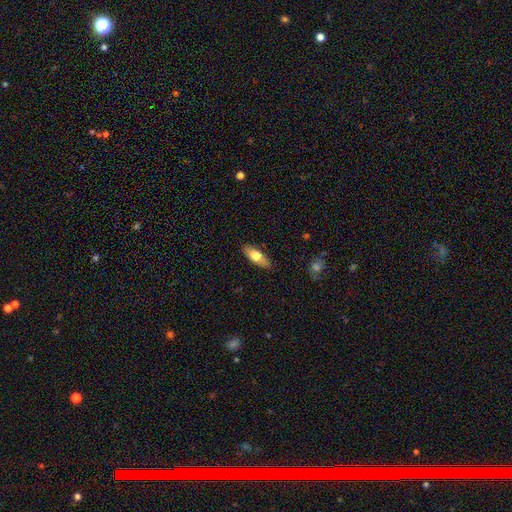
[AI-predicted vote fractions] Morphology: type=smooth (65%); roundness=in between (66%); merging=none (87%).